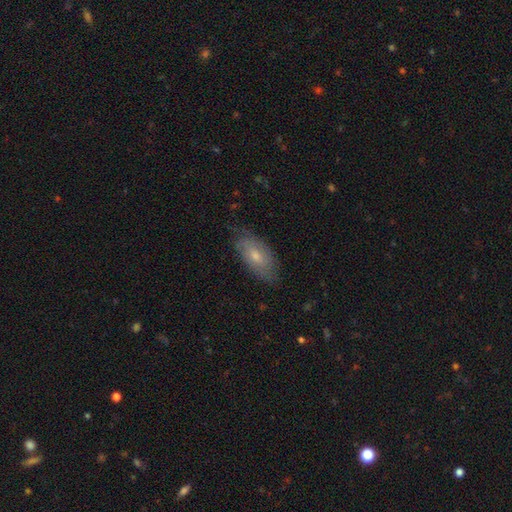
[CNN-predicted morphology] Overall: smooth (52%; featured or disk 41%). How rounded: in between (87%). Merging: none (72%).